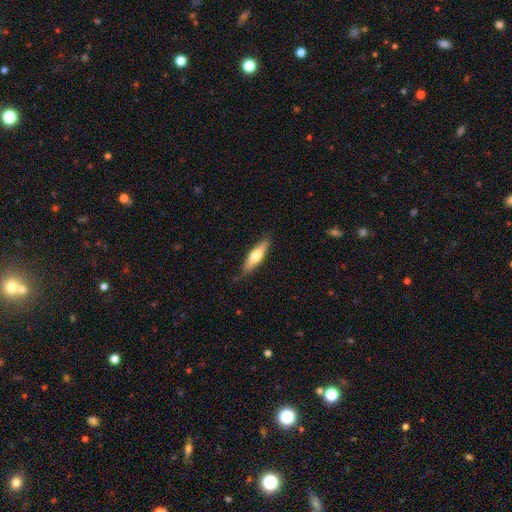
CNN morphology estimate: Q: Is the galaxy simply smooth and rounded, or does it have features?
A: smooth — 59%.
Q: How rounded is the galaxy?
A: cigar-shaped — 63%.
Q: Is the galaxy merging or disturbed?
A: none — 82%.